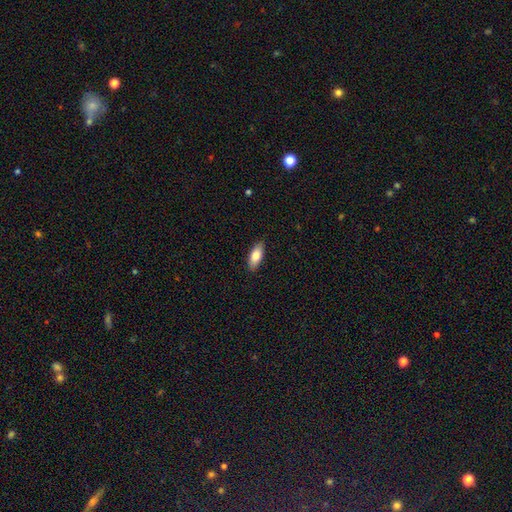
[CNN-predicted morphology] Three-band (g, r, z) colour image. It shows a smooth galaxy with no disk features (79%) that is in between round and cigar-shaped (80%). Merging: none (87%).